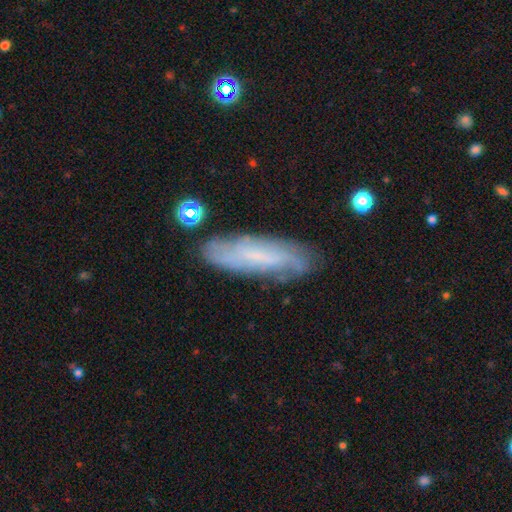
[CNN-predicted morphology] This appears to be a featured or disk galaxy (52%). Merging: none (76%).